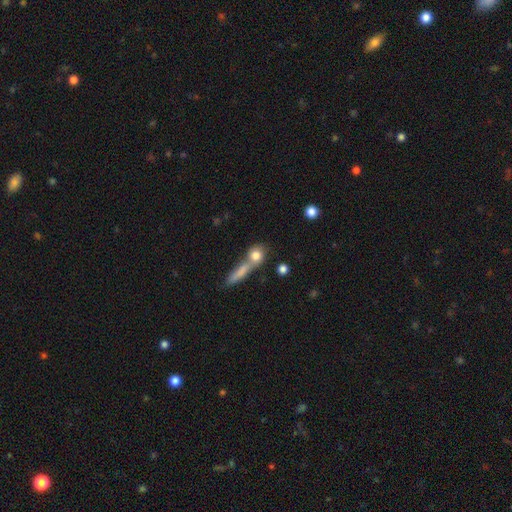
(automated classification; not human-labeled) Smooth or featured: smooth — 78% (featured or disk — 13%)
How rounded: round — 64% (in between — 22%)
Merging: none — 47% (merger — 38%)